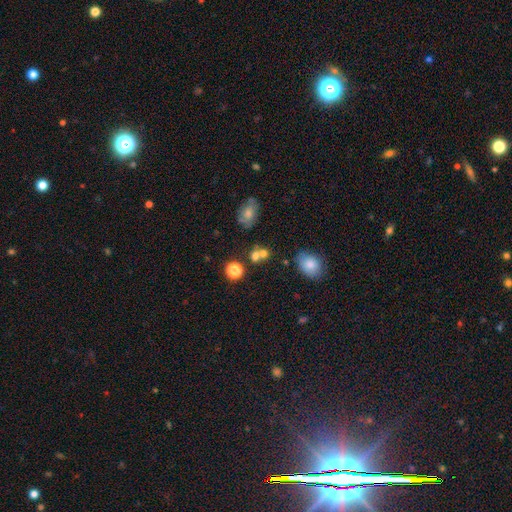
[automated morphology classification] This is likely a smooth galaxy (70%). How rounded: likely round (73%). Merging: marginally merger (44%).